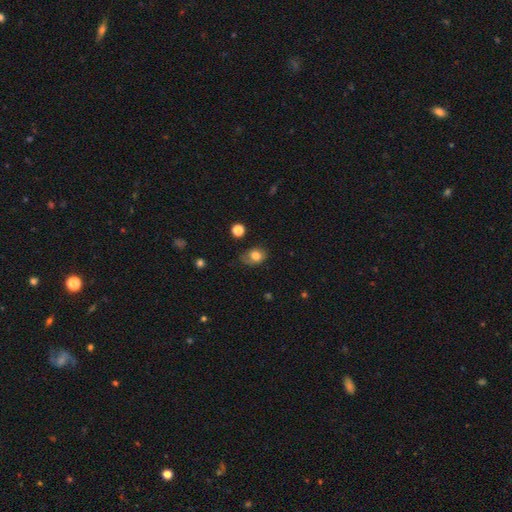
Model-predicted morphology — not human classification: Smooth or featured? Predicted: smooth (p=0.80). How rounded? Predicted: in between (p=0.54). Merging? Predicted: none (p=0.57).